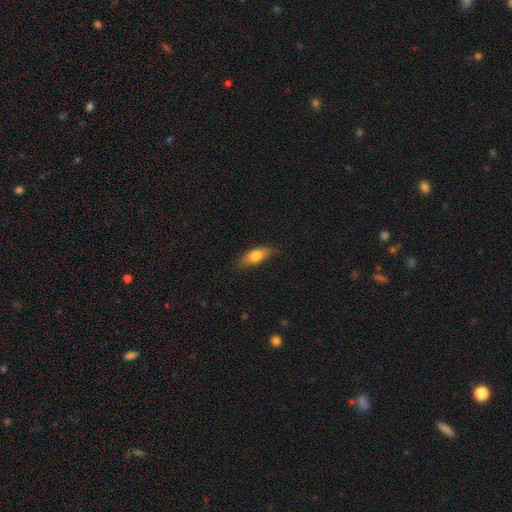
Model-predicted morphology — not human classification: This appears to be a smooth galaxy with no disk features (72%) that is in between round and cigar-shaped (71%). Merging: none (79%).